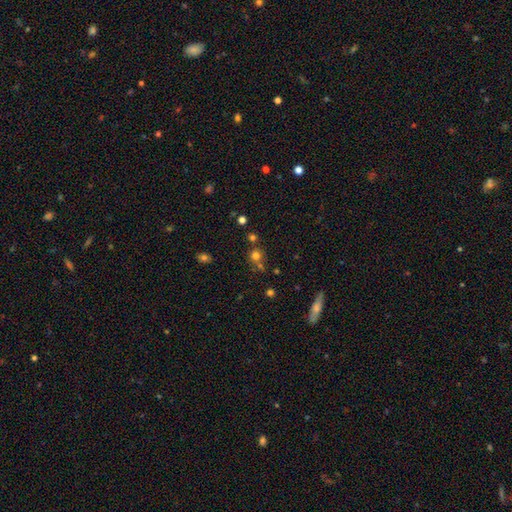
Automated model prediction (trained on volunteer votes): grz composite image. It shows a smooth galaxy with no disk features (68%) that is round (89%). Merging: none (65%).